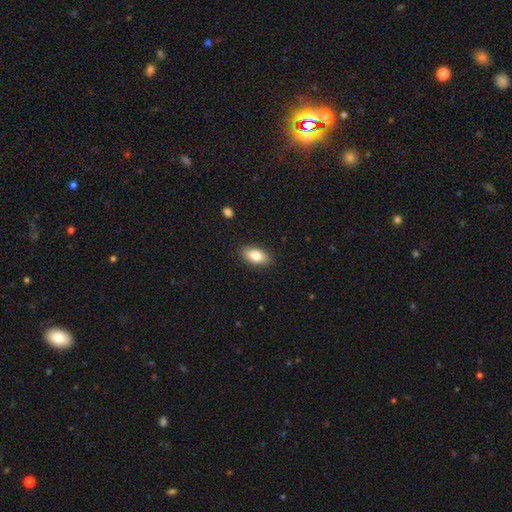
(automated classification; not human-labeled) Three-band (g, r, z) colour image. It shows a smooth galaxy with no disk features (82%) that is in between round and cigar-shaped (90%). Merging: none (88%).